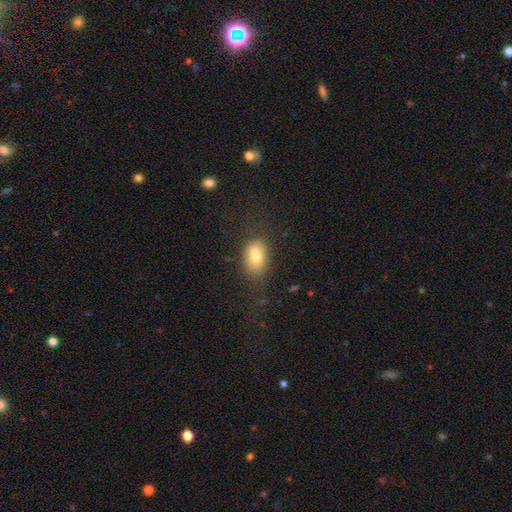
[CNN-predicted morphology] Smooth or featured? smooth (70%)
How rounded? in between (82%)
Merging? none (46%)